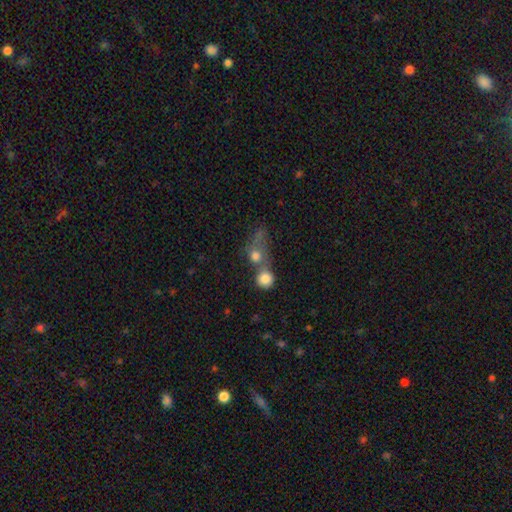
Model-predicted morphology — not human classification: Smooth or featured?
  - smooth: 73% *
  - featured or disk: 15%
  - star or artifact: 12%
How rounded?
  - round: 75% *
  - in between: 22%
  - cigar-shaped: 3%
Merging?
  - merger: 58% *
  - none: 25%
  - major disturbance: 9%
  - minor disturbance: 8%